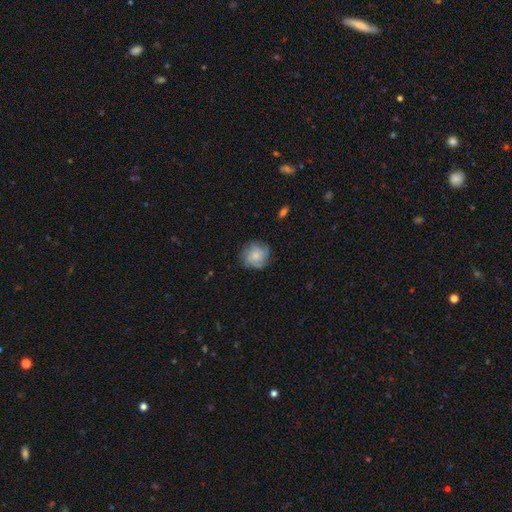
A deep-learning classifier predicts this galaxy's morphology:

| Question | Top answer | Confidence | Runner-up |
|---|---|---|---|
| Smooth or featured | smooth | 47% | featured or disk (43%) |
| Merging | none | 78% | minor disturbance (16%) |